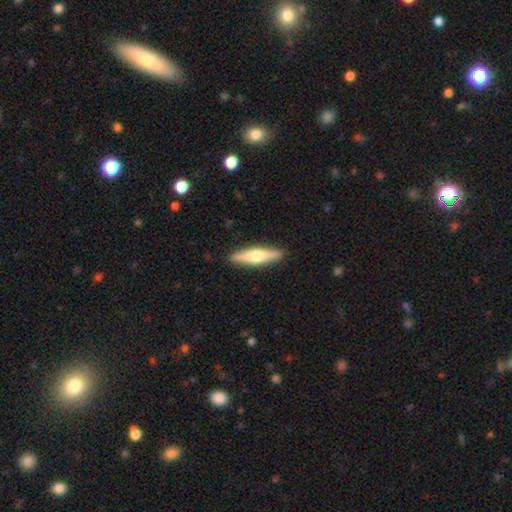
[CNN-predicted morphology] A featured or disk galaxy (57%) viewed edge-on (96%) with a rounded central bulge (87%). Merging: none (90%).